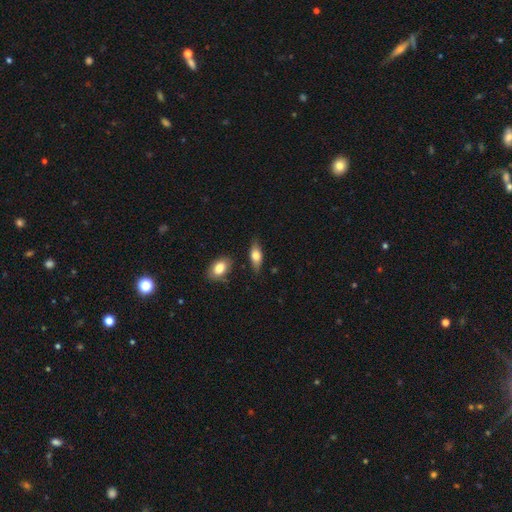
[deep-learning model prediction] Q: Smooth or featured?
A: smooth (72%); runner-up: featured or disk (22%)
Q: How rounded?
A: in between (79%); runner-up: cigar-shaped (17%)
Q: Merging?
A: none (78%); runner-up: minor disturbance (15%)